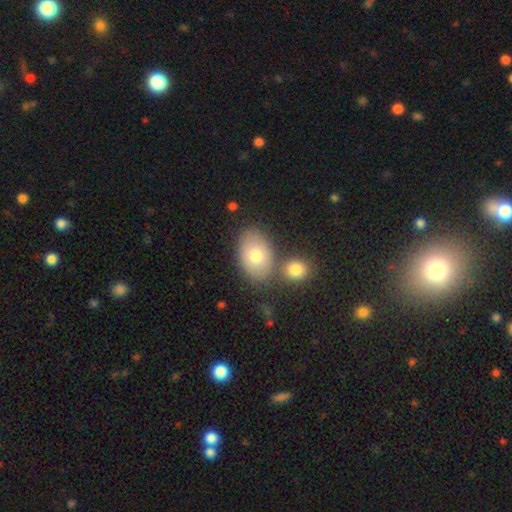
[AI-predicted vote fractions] Smooth or featured? smooth (77%)
How rounded? in between (84%)
Merging? none (64%)